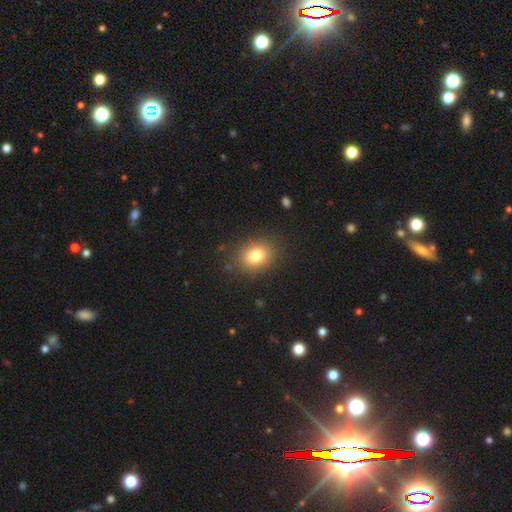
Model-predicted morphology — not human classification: smooth 80%, star or artifact 11%, featured or disk 8%. Down the decision tree: how rounded — in between (54%); merging — none (85%).